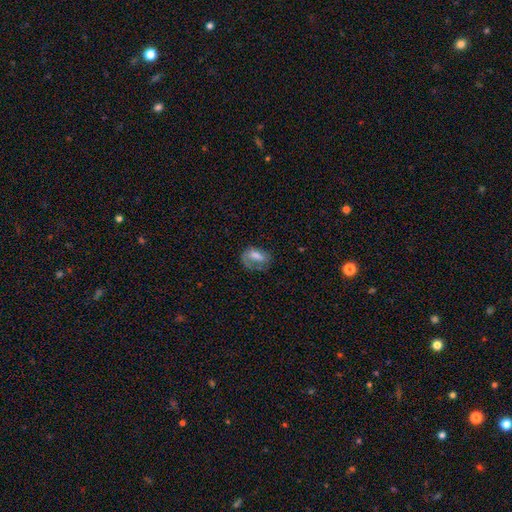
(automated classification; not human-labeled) Smooth or featured: smooth — 52% (featured or disk — 39%)
How rounded: in between — 83% (round — 13%)
Merging: none — 40% (major disturbance — 34%)